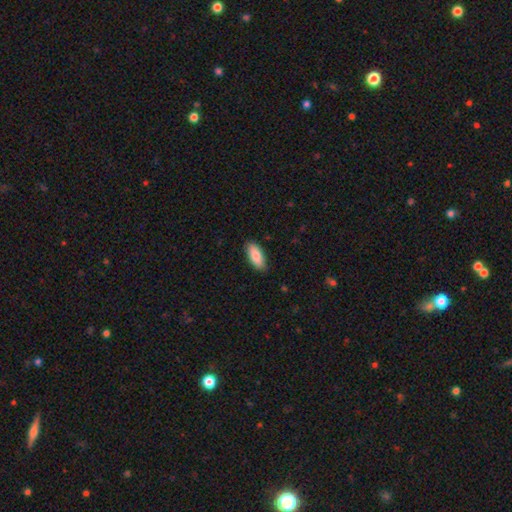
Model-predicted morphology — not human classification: smooth_or_featured: smooth (p=0.85) [alt: featured or disk p=0.10]
how_rounded: in between (p=0.82) [alt: cigar-shaped p=0.16]
merging: none (p=0.86) [alt: minor disturbance p=0.11]